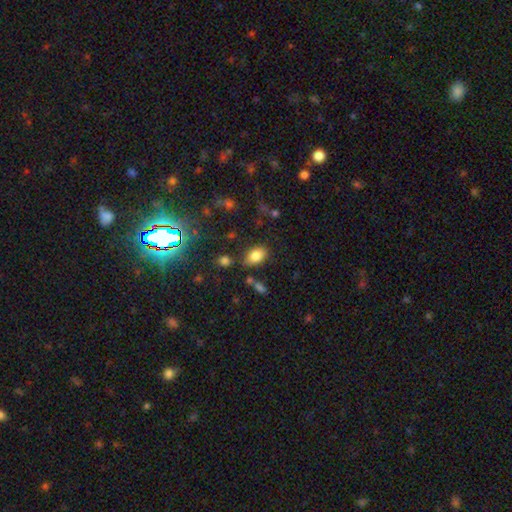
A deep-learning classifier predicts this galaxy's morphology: Q: Smooth or featured?
A: smooth (82%); runner-up: star or artifact (10%)
Q: How rounded?
A: in between (89%); runner-up: round (10%)
Q: Merging?
A: none (76%); runner-up: minor disturbance (15%)